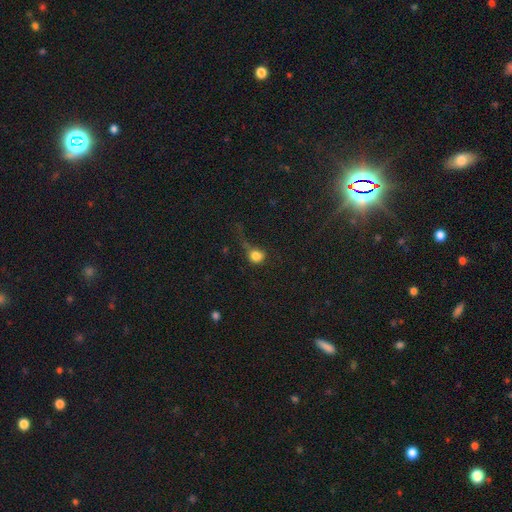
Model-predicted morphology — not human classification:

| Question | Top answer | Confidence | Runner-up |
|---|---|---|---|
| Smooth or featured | smooth | 80% | star or artifact (12%) |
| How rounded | round | 79% | in between (20%) |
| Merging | none | 38% | major disturbance (32%) |